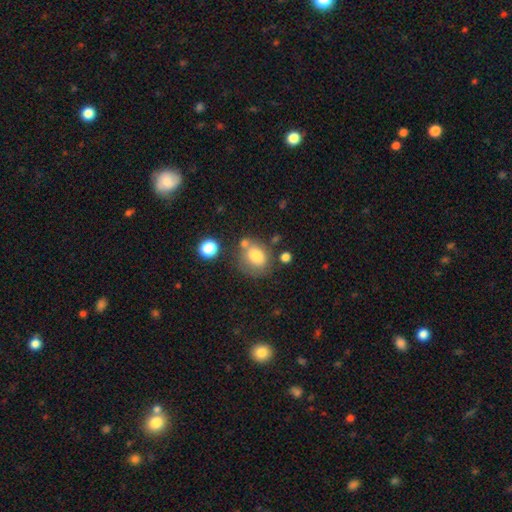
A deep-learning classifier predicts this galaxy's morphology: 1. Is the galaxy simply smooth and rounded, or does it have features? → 78% smooth, 12% featured or disk, 10% star or artifact.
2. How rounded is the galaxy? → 55% round, 44% in between, 1% cigar-shaped.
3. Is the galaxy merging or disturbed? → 53% none, 20% minor disturbance, 17% merger, 9% major disturbance.